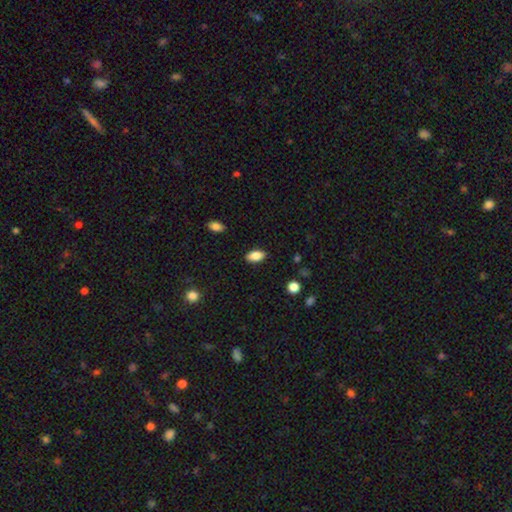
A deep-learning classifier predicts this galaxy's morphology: Smooth or featured? smooth (85%)
How rounded? in between (91%)
Merging? none (88%)